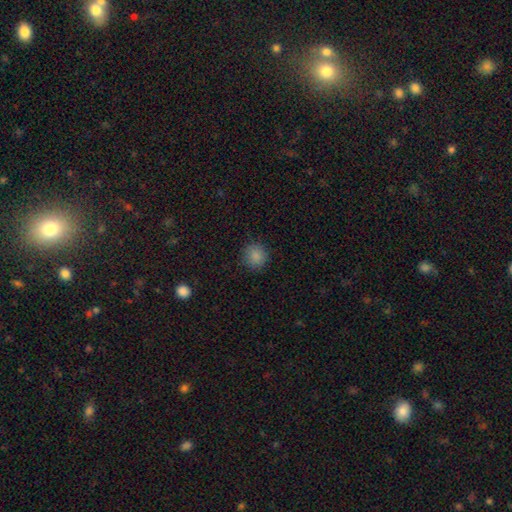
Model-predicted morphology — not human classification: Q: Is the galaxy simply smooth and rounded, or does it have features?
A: smooth — 86%.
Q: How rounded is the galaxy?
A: round — 90%.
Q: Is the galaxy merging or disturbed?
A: none — 87%.